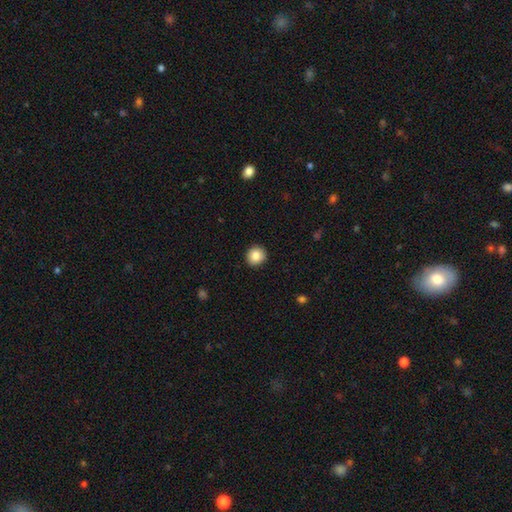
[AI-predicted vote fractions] smooth-or-featured: smooth: 85% | star or artifact: 9% | featured or disk: 6%
  how-rounded: round: 92% | in between: 7% | cigar-shaped: 1%
  merging: none: 92% | minor disturbance: 5% | major disturbance: 2% | merger: 1%